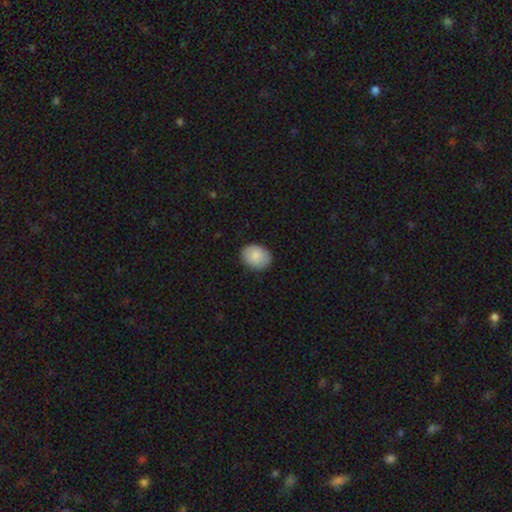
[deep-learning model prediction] The model was most divided on "how rounded": in between: 58%, round: 41%, cigar-shaped: 1%. More confident: smooth or featured — smooth (88%); merging — none (85%).